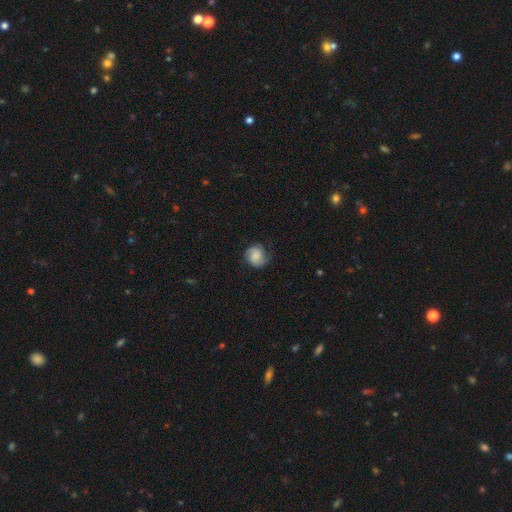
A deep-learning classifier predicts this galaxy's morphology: Smooth or featured?
  - smooth: 50% *
  - featured or disk: 41%
  - star or artifact: 8%
How rounded?
  - round: 77% *
  - in between: 22%
  - cigar-shaped: 1%
Merging?
  - none: 71% *
  - minor disturbance: 20%
  - major disturbance: 8%
  - merger: 1%